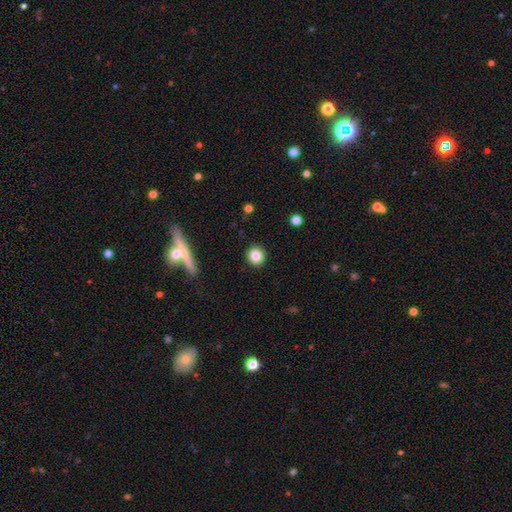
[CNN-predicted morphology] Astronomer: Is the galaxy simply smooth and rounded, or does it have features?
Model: smooth — 84%.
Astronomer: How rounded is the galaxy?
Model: round — 90%.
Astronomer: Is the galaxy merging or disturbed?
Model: none — 92%.